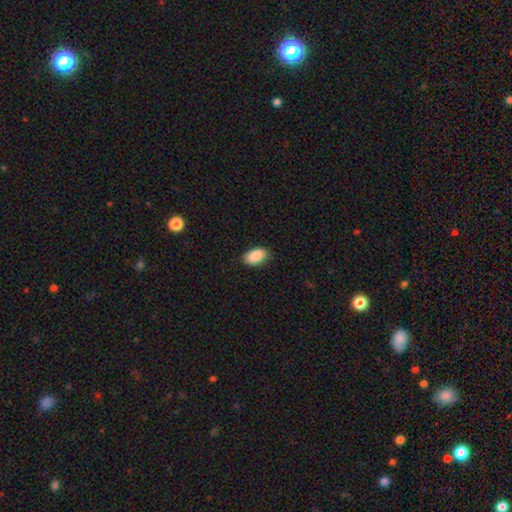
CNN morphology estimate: Overall: smooth (90%). How rounded: in between (93%). Merging: none (84%).